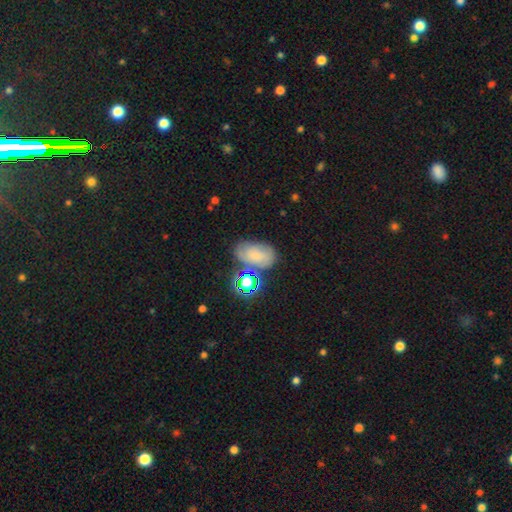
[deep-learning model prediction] Smooth or featured? Predicted: smooth (p=0.57). How rounded? Predicted: in between (p=0.85). Merging? Predicted: none (p=0.57).